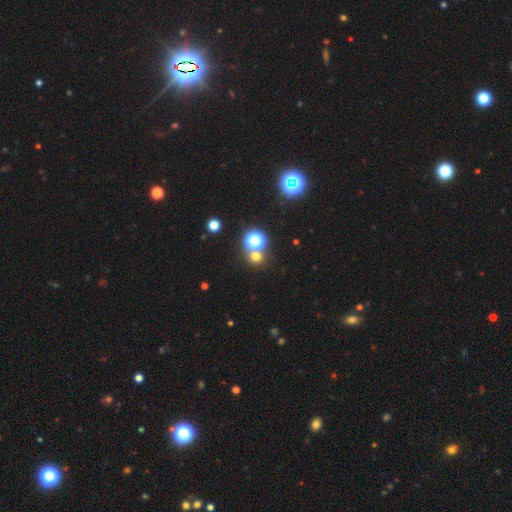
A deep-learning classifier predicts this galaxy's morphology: Smooth or featured? Predicted: smooth (p=0.59). How rounded? Predicted: round (p=0.88). Merging? Predicted: none (p=0.70).